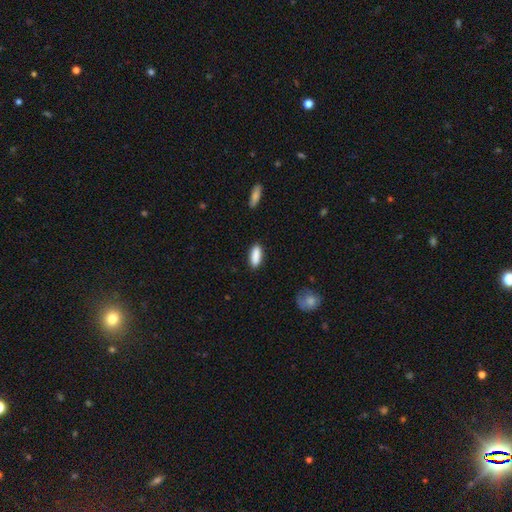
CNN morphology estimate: smooth 89%, star or artifact 6%, featured or disk 5%. Down the decision tree: how rounded — in between (66%); merging — none (86%).